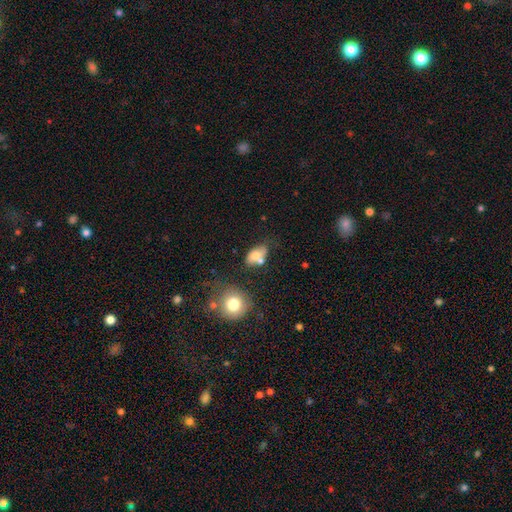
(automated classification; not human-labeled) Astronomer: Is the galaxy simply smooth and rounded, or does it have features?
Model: smooth — 69%.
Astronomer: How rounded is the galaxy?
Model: in between — 84%.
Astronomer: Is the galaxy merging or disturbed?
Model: none — 50%.